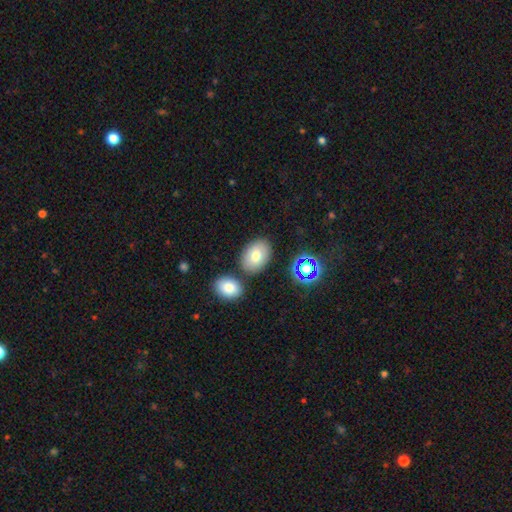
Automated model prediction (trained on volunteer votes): Smooth or featured?
  - smooth: 74% *
  - featured or disk: 15%
  - star or artifact: 11%
How rounded?
  - in between: 81% *
  - round: 18%
  - cigar-shaped: 1%
Merging?
  - none: 77% *
  - minor disturbance: 10%
  - merger: 10%
  - major disturbance: 3%